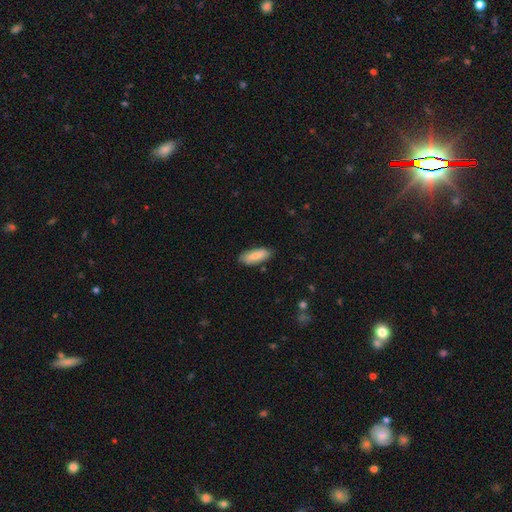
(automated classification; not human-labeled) This appears to be a smooth galaxy with no disk features (77%) that is in between round and cigar-shaped (74%). Merging: none (82%).